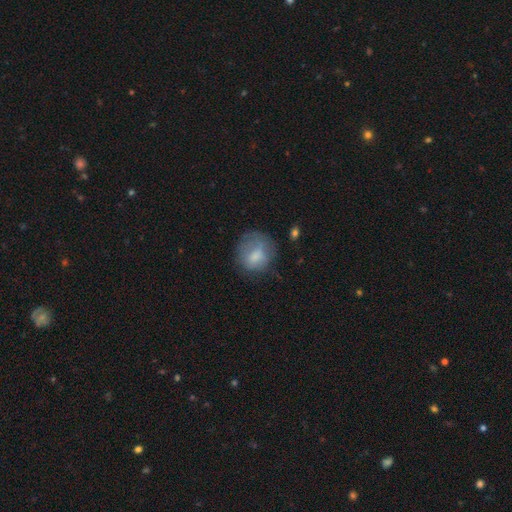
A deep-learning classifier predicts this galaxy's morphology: Q: Smooth or featured?
A: smooth (69%); runner-up: featured or disk (22%)
Q: How rounded?
A: round (74%); runner-up: in between (25%)
Q: Merging?
A: none (51%); runner-up: minor disturbance (27%)